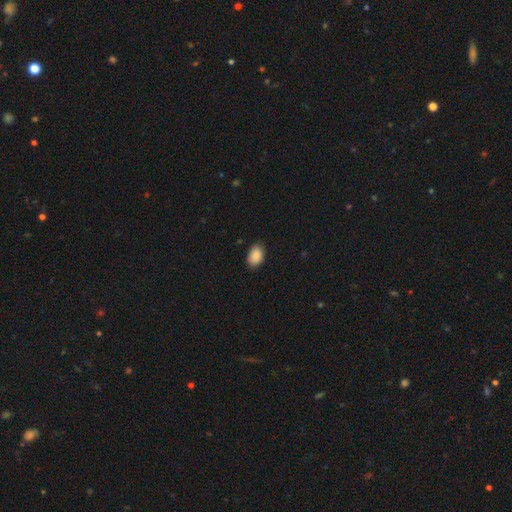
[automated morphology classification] smooth_or_featured: smooth (p=0.88) [alt: star or artifact p=0.07]
how_rounded: in between (p=0.86) [alt: round p=0.13]
merging: none (p=0.82) [alt: minor disturbance p=0.14]